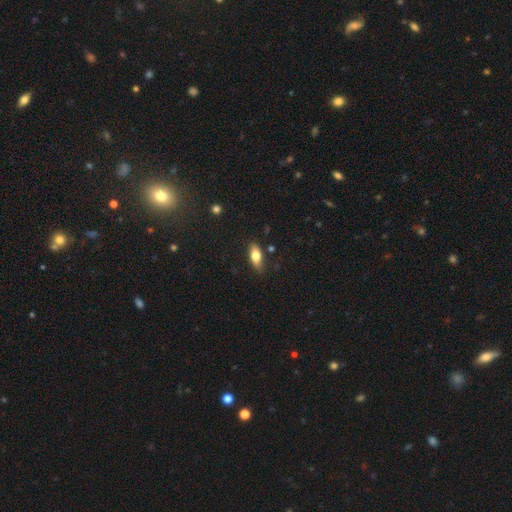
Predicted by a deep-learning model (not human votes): The model was most divided on "smooth or featured": smooth: 72%, featured or disk: 21%, star or artifact: 7%. More confident: merging — none (79%); how rounded — in between (79%).